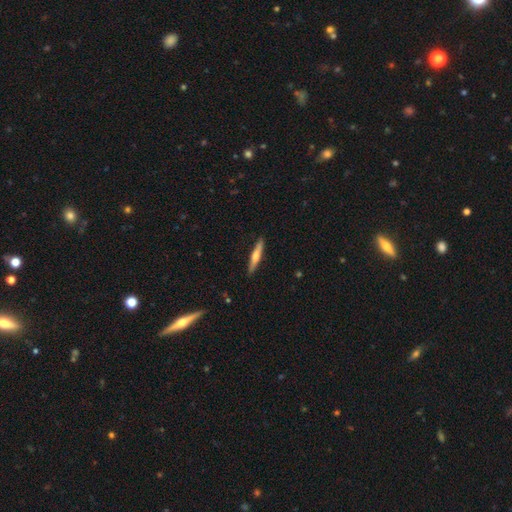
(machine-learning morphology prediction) Q: Smooth or featured?
A: featured or disk (50%); runner-up: smooth (44%)
Q: Merging?
A: none (90%); runner-up: minor disturbance (8%)